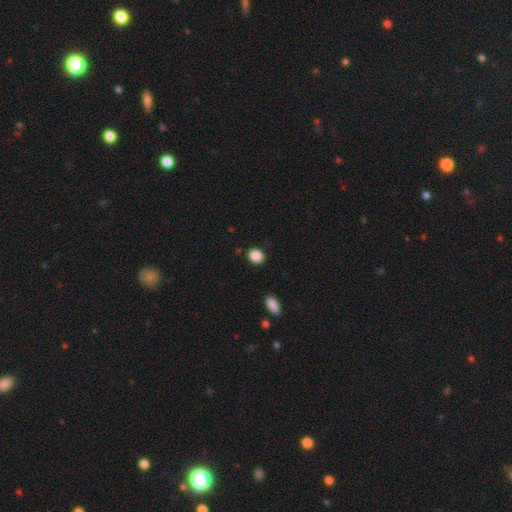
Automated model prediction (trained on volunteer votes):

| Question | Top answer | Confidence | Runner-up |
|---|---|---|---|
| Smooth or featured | smooth | 88% | star or artifact (9%) |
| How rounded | round | 79% | in between (20%) |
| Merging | none | 89% | minor disturbance (7%) |